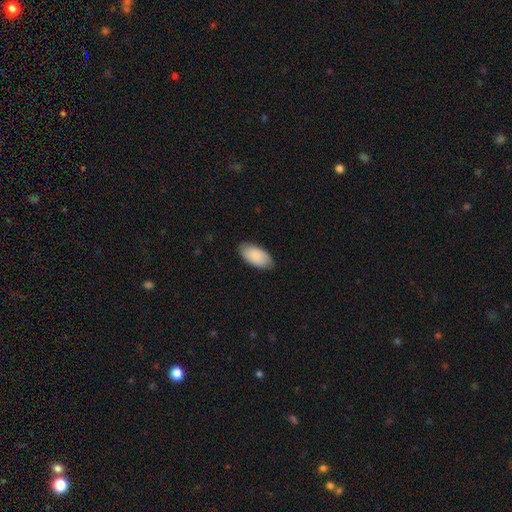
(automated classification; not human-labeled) A smooth galaxy with no disk features (89%) that is in between round and cigar-shaped (95%).

Vote fractions:
- Smooth or featured? smooth: 89% / featured or disk: 5% / star or artifact: 5%
- How rounded? in between: 95% / cigar-shaped: 3% / round: 2%
- Merging? none: 84% / minor disturbance: 13% / major disturbance: 2% / merger: 1%